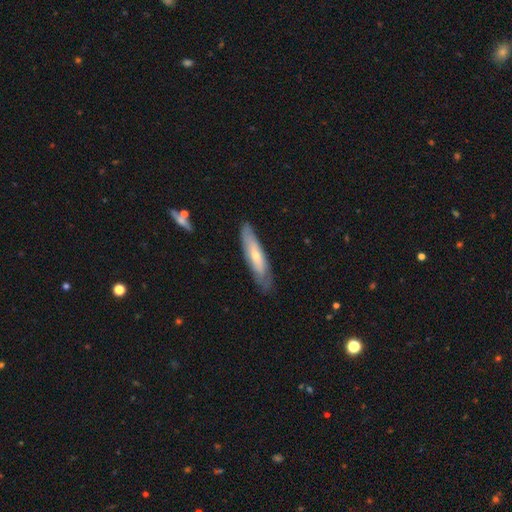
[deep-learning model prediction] Q: Smooth or featured?
A: smooth (51%); runner-up: featured or disk (43%)
Q: How rounded?
A: cigar-shaped (76%); runner-up: in between (23%)
Q: Merging?
A: none (78%); runner-up: minor disturbance (17%)